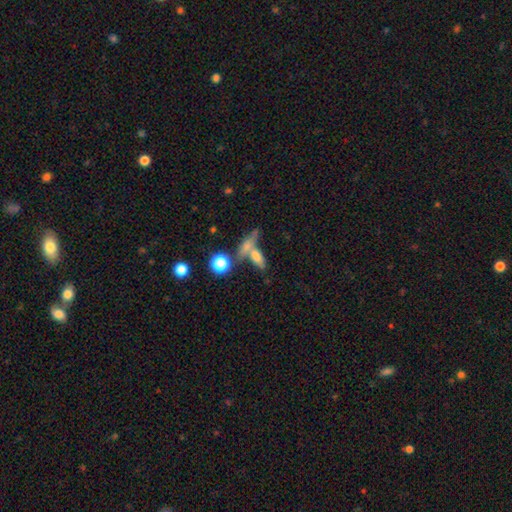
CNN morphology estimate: Smooth or featured: smooth — 66% (featured or disk — 21%)
How rounded: in between — 53% (cigar-shaped — 38%)
Merging: merger — 43% (none — 39%)